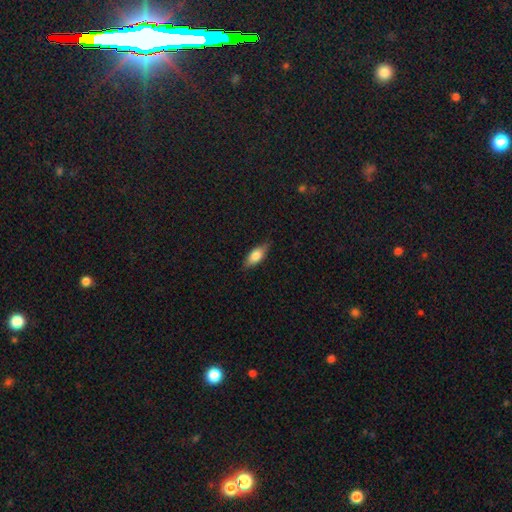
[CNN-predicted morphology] A smooth galaxy with no disk features (73%) that is in between round and cigar-shaped (79%).

Vote fractions:
- Smooth or featured? smooth: 73% / featured or disk: 21% / star or artifact: 7%
- How rounded? in between: 79% / cigar-shaped: 18% / round: 3%
- Merging? none: 80% / minor disturbance: 17% / major disturbance: 3% / merger: 1%